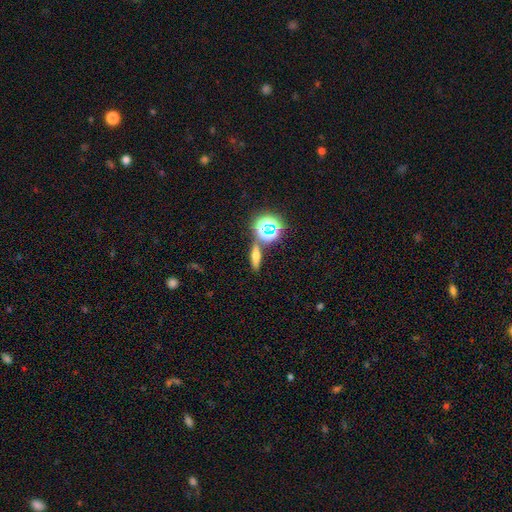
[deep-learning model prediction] Q: Smooth or featured?
A: smooth (52%); runner-up: star or artifact (25%)
Q: How rounded?
A: cigar-shaped (54%); runner-up: in between (33%)
Q: Merging?
A: none (79%); runner-up: merger (9%)